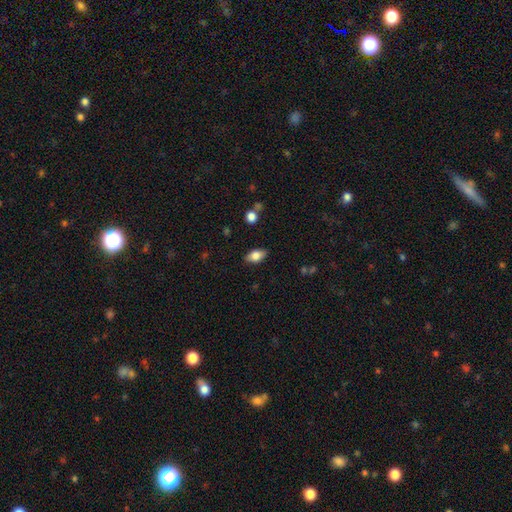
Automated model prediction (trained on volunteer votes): This appears to be a smooth galaxy with no disk features (78%) that is in between round and cigar-shaped (89%). Merging: none (85%).